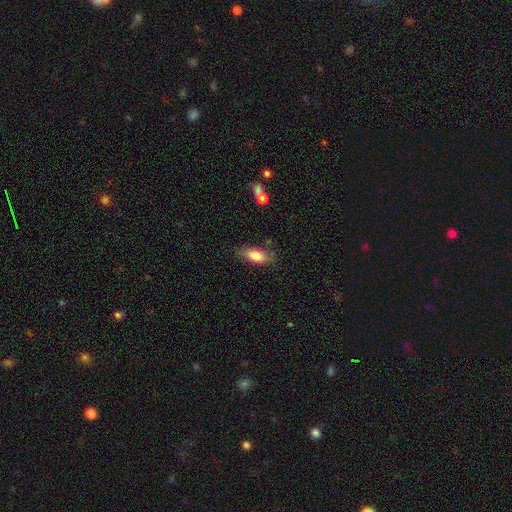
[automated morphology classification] Smooth or featured?
  - smooth: 81% *
  - featured or disk: 12%
  - star or artifact: 7%
How rounded?
  - in between: 81% *
  - cigar-shaped: 17%
  - round: 3%
Merging?
  - none: 75% *
  - minor disturbance: 17%
  - major disturbance: 4%
  - merger: 3%